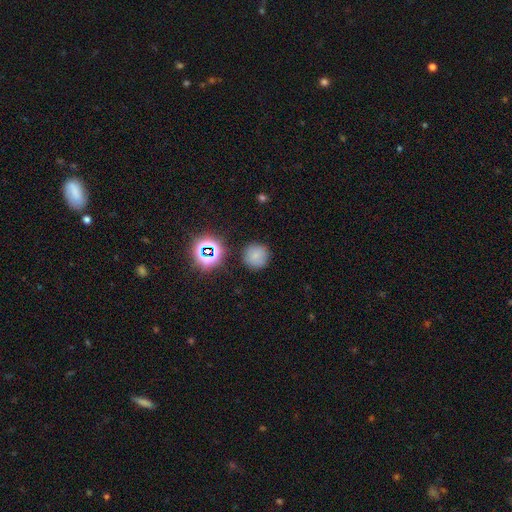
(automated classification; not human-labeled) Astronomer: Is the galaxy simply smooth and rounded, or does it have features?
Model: smooth — 72%.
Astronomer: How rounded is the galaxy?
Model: round — 94%.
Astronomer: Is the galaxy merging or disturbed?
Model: none — 86%.